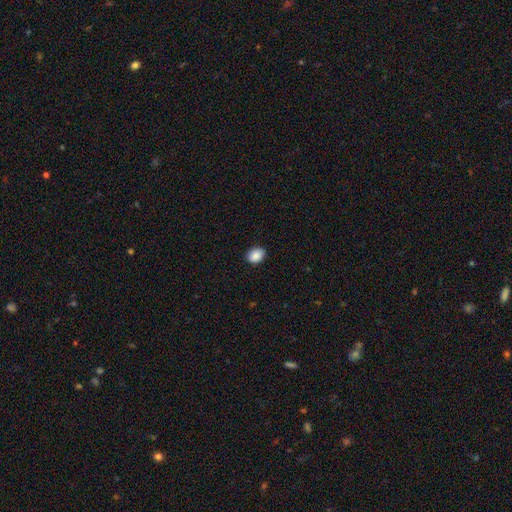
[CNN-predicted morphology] smooth-or-featured: smooth: 89% | star or artifact: 8% | featured or disk: 3%
  how-rounded: in between: 70% | round: 29% | cigar-shaped: 1%
  merging: none: 89% | minor disturbance: 8% | major disturbance: 2% | merger: 1%